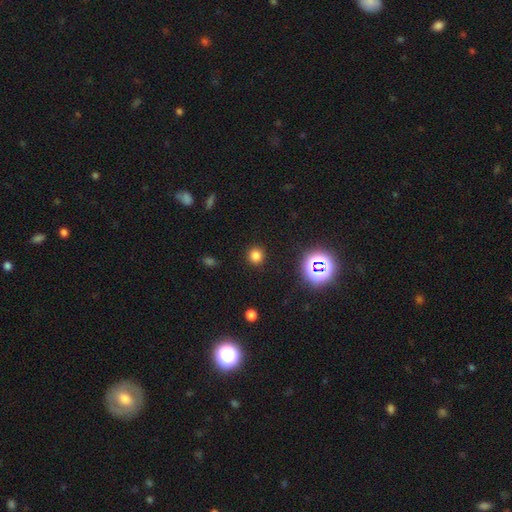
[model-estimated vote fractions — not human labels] smooth-or-featured: smooth: 77% | star or artifact: 18% | featured or disk: 5%
  how-rounded: round: 90% | in between: 9% | cigar-shaped: 1%
  merging: none: 91% | minor disturbance: 6% | major disturbance: 2% | merger: 1%